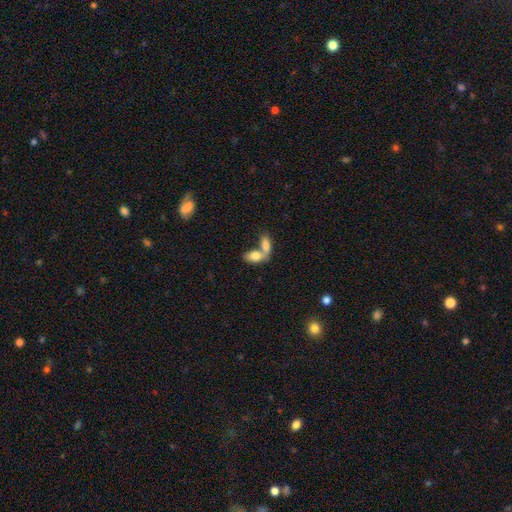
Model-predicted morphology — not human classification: smooth 78%, featured or disk 15%, star or artifact 7%. Down the decision tree: how rounded — in between (89%); merging — merger (66%).